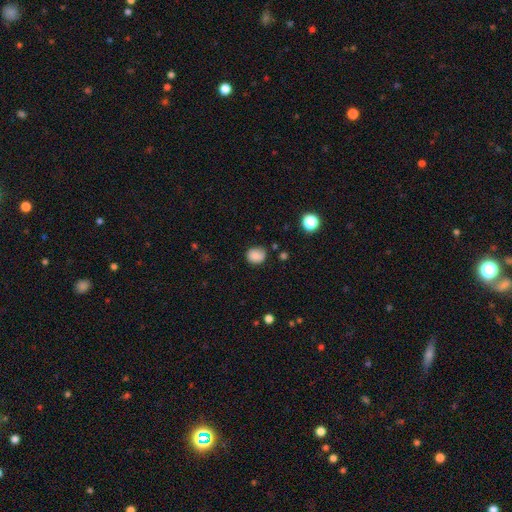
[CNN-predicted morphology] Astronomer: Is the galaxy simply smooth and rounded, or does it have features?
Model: smooth — 84%.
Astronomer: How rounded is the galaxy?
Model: round — 68%.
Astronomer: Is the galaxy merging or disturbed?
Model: none — 74%.